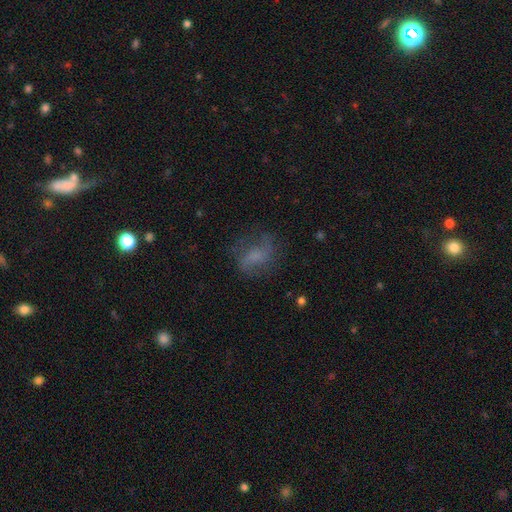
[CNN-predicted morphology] Smooth or featured? featured or disk (50%)
Edge-on disk? no (96%)
Merging? none (63%)